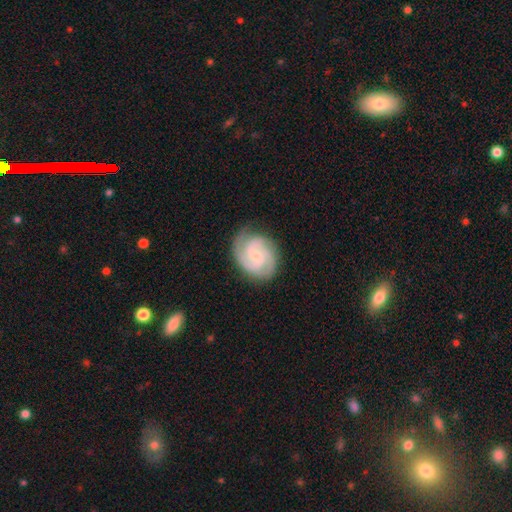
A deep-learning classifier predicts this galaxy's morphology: This appears to be a featured or disk galaxy (87%) with a weak bar (46%), 3 (46%) tight (50%) spiral arms (98%) and a small central bulge (63%). Merging: none (81%).